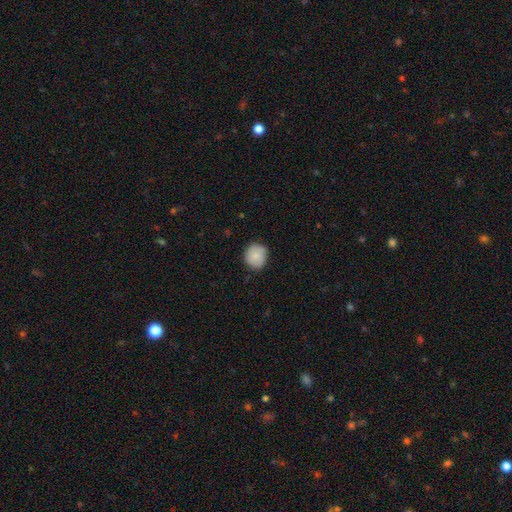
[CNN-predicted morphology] This is clearly a smooth galaxy (84%). How rounded: clearly round (82%). Merging: clearly none (82%).